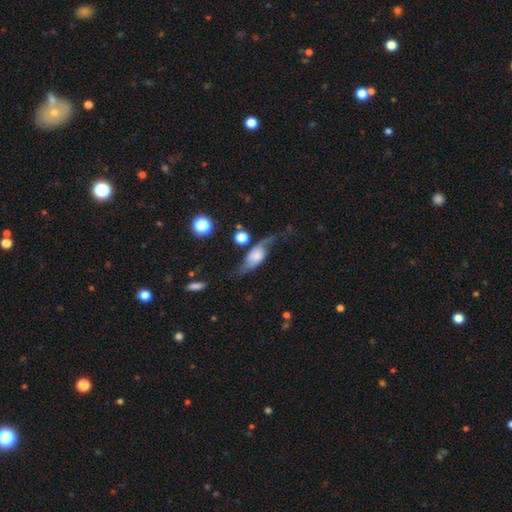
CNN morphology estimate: featured or disk 58%, smooth 33%, star or artifact 9%. Down the decision tree: edge-on disk — no (76%); merging — none (45%).